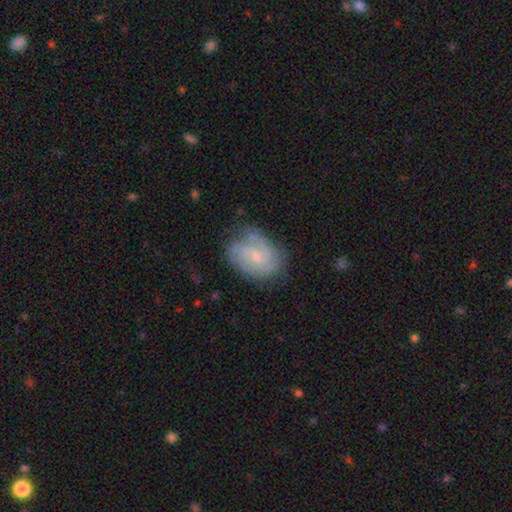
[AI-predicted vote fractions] Morphology: type=featured or disk (76%); edge-on=no (98%); bar=no (52%); spiral arms=yes (93%); winding=tight (52%); arm count=2 (44%); bulge=small (64%); merging=none (67%).